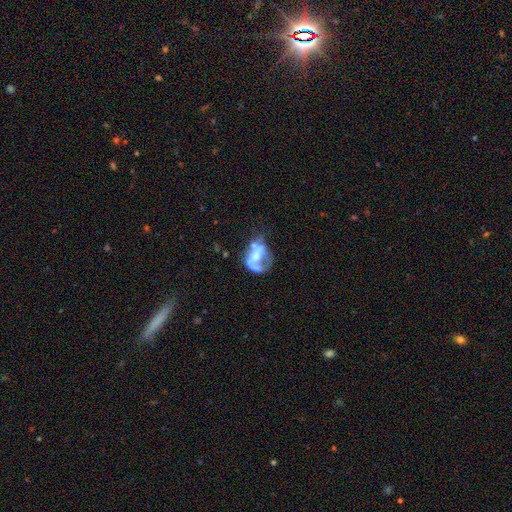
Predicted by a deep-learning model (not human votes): Smooth or featured: featured or disk — 57% (smooth — 33%)
Edge-on disk: no — 96% (yes — 4%)
Bar: no — 63% (weak — 23%)
Spiral arms: no — 72% (yes — 28%)
Bulge size: moderate — 35% (none — 28%)
Merging: major disturbance — 41% (none — 23%)